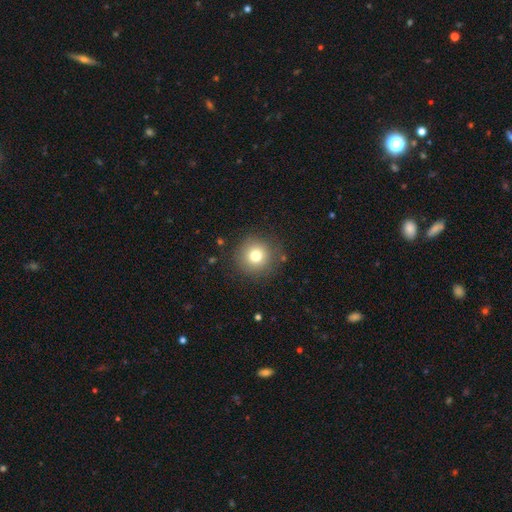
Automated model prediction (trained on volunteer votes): smooth_or_featured: smooth (p=0.77) [alt: star or artifact p=0.12]
how_rounded: round (p=0.95) [alt: in between p=0.04]
merging: none (p=0.87) [alt: minor disturbance p=0.08]